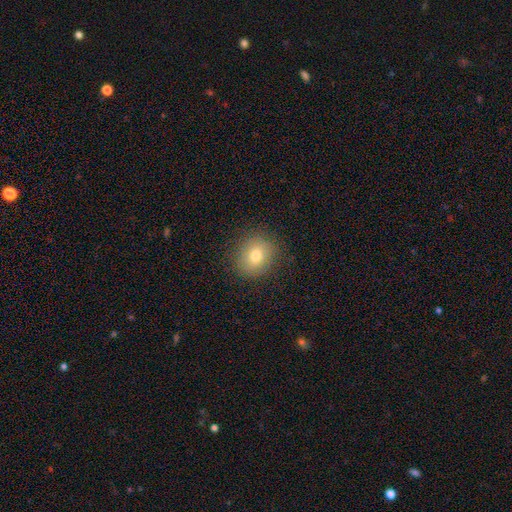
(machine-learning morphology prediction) Smooth or featured: smooth — 77% (featured or disk — 12%)
How rounded: round — 75% (in between — 24%)
Merging: none — 88% (minor disturbance — 9%)